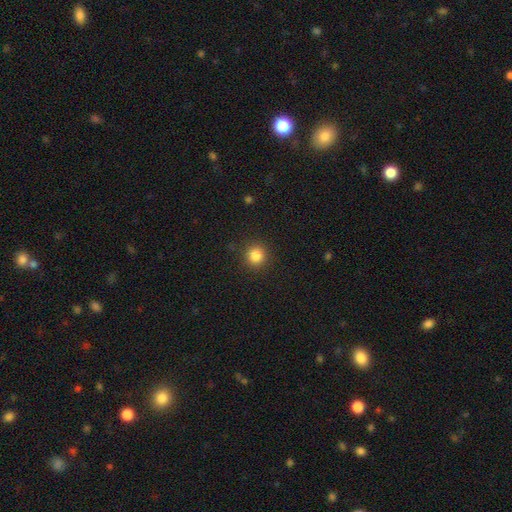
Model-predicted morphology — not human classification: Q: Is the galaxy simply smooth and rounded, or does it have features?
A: smooth — 84%.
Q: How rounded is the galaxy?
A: round — 93%.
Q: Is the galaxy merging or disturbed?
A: none — 91%.